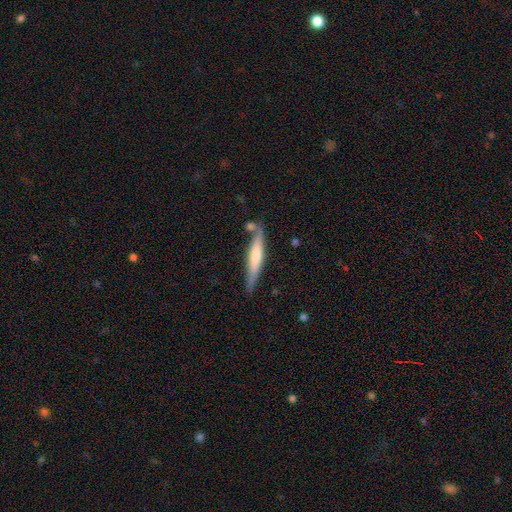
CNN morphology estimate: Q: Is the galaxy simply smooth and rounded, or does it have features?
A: smooth — 52%.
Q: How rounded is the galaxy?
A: cigar-shaped — 90%.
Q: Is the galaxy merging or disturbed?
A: none — 72%.